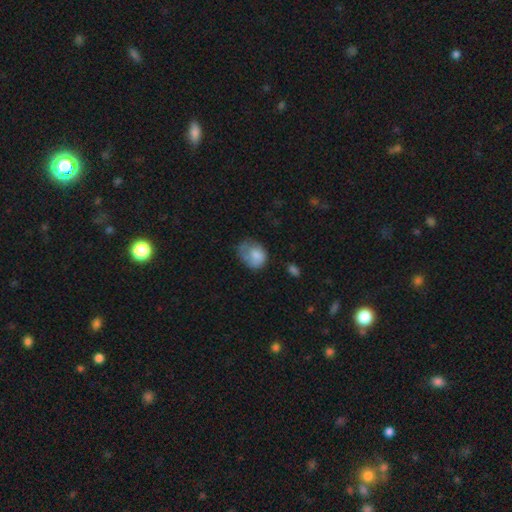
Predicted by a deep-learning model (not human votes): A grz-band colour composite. It shows a smooth galaxy with no disk features (72%) that is in between round and cigar-shaped (55%). Merging: none (35%, tied with minor disturbance).